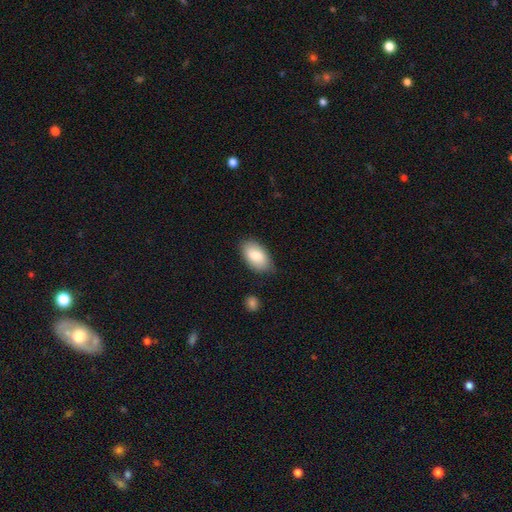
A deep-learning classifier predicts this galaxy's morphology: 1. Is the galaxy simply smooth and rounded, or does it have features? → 81% smooth, 13% featured or disk, 6% star or artifact.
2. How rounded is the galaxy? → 94% in between, 4% round, 2% cigar-shaped.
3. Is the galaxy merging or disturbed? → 76% none, 19% minor disturbance, 3% major disturbance, 2% merger.